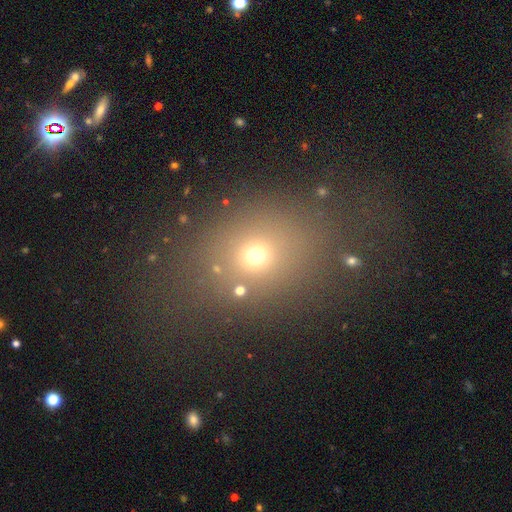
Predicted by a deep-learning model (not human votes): A smooth galaxy with no disk features (64%) that is round (56%).

Vote fractions:
- Smooth or featured? smooth: 64% / star or artifact: 24% / featured or disk: 12%
- How rounded? round: 56% / in between: 42% / cigar-shaped: 2%
- Merging? none: 74% / minor disturbance: 12% / major disturbance: 7% / merger: 6%